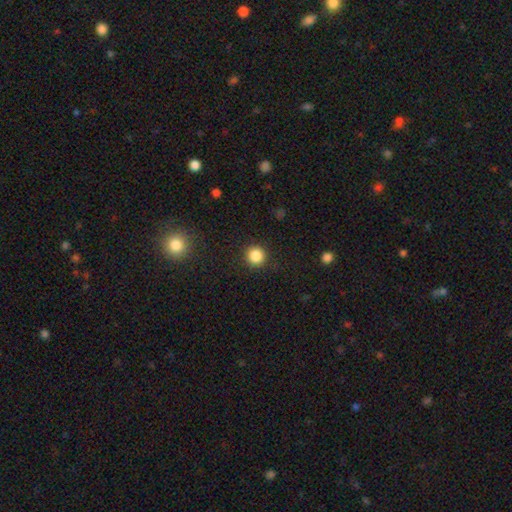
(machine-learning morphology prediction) smooth 85%, star or artifact 11%, featured or disk 4%. Down the decision tree: how rounded — round (93%); merging — none (91%).